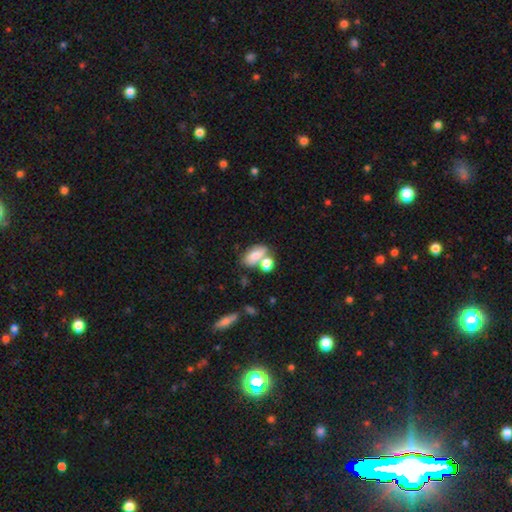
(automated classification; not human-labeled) smooth-or-featured: smooth: 76% | featured or disk: 14% | star or artifact: 9%
  how-rounded: in between: 87% | round: 9% | cigar-shaped: 3%
  merging: merger: 41% | none: 39% | minor disturbance: 13% | major disturbance: 6%